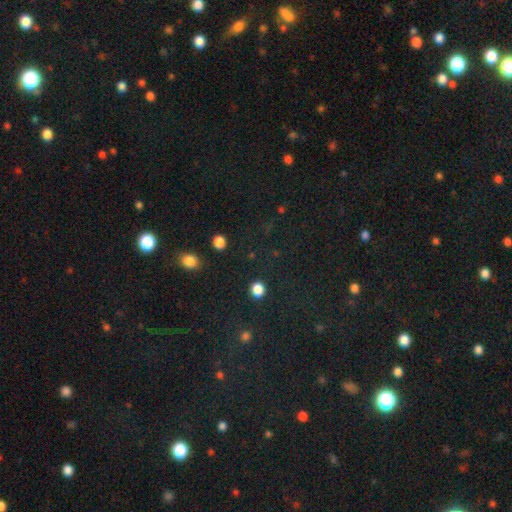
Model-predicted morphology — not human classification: star or artifact 64%, smooth 28%, featured or disk 8%.